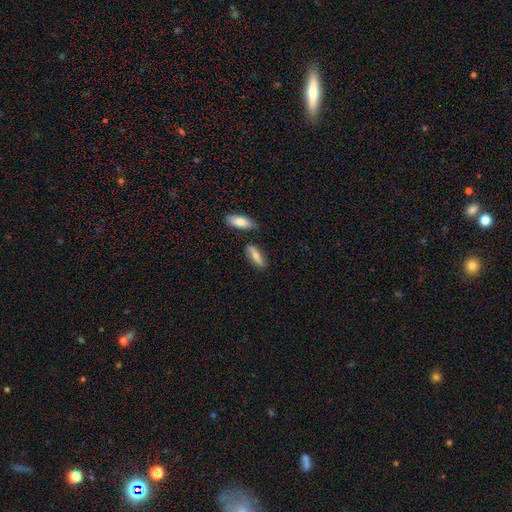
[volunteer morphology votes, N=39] smooth 62%, featured or disk 28%, star or artifact 10%. Down the decision tree: how rounded — in between (50%, tied with cigar-shaped); merging — none (86%).